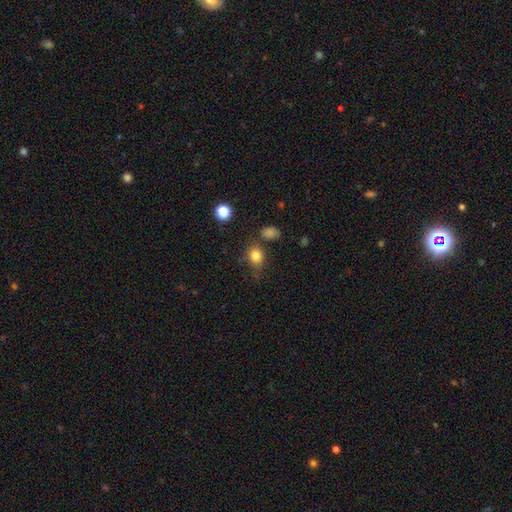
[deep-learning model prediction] Morphology: type=smooth (81%); roundness=round (57%); merging=none (70%).